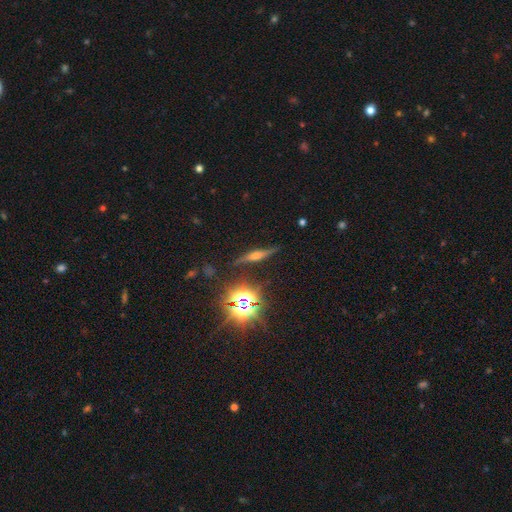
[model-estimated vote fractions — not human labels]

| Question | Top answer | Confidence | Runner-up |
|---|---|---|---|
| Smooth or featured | featured or disk | 58% | star or artifact (21%) |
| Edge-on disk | yes | 93% | no (7%) |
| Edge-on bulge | rounded | 83% | boxy (12%) |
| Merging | none | 84% | minor disturbance (11%) |